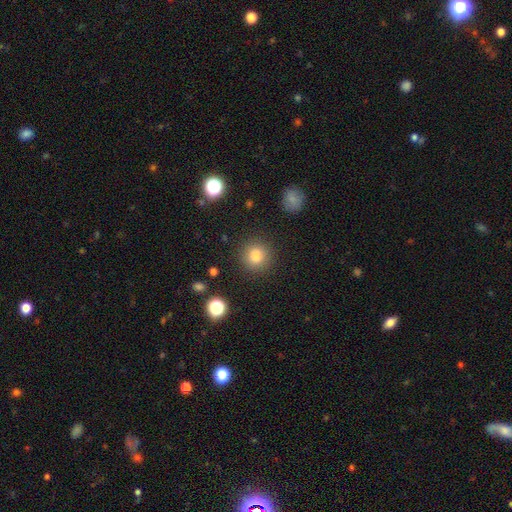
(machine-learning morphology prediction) Smooth or featured? smooth (81%)
How rounded? round (91%)
Merging? none (89%)